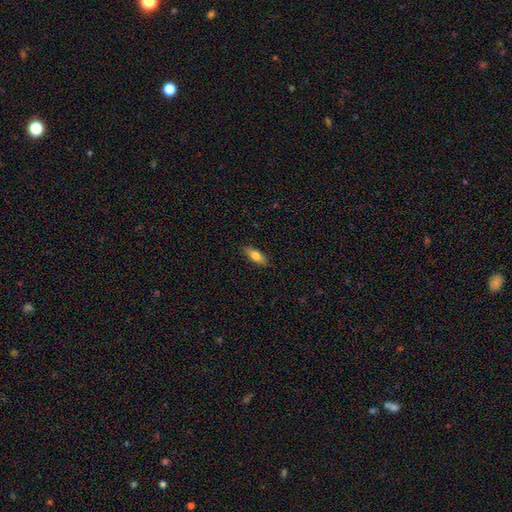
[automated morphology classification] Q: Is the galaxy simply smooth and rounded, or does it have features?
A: smooth — 75%.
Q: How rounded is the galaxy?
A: in between — 71%.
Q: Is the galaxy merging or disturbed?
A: none — 87%.